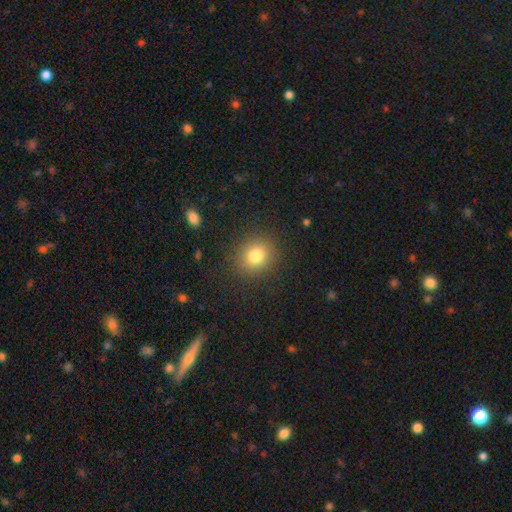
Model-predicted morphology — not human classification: Overall: smooth (80%). How rounded: round (77%). Merging: none (88%).